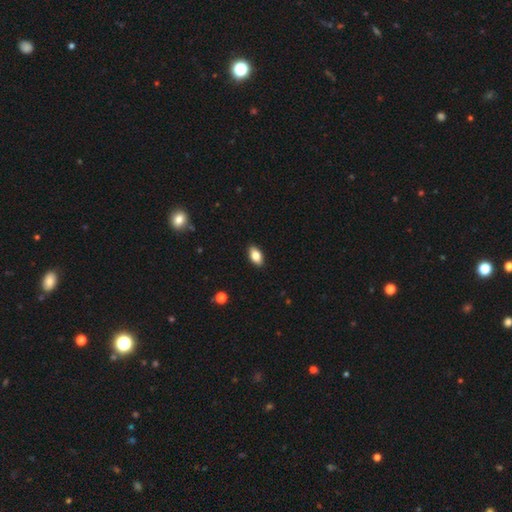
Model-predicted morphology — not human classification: Smooth or featured?
  - smooth: 83% *
  - featured or disk: 9%
  - star or artifact: 8%
How rounded?
  - in between: 92% *
  - round: 5%
  - cigar-shaped: 3%
Merging?
  - none: 89% *
  - minor disturbance: 8%
  - major disturbance: 2%
  - merger: 1%